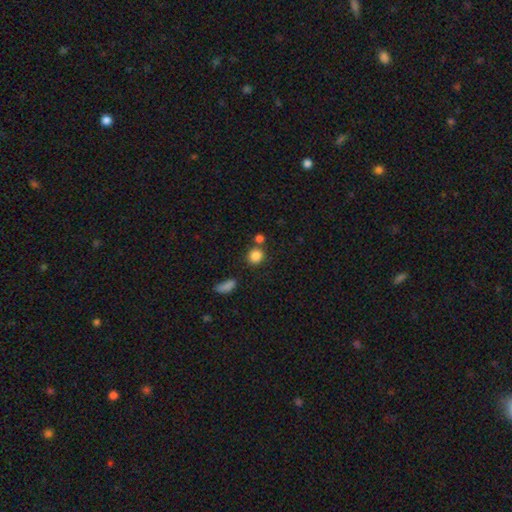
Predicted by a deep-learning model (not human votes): smooth 84%, star or artifact 10%, featured or disk 5%. Down the decision tree: how rounded — round (82%); merging — none (71%).